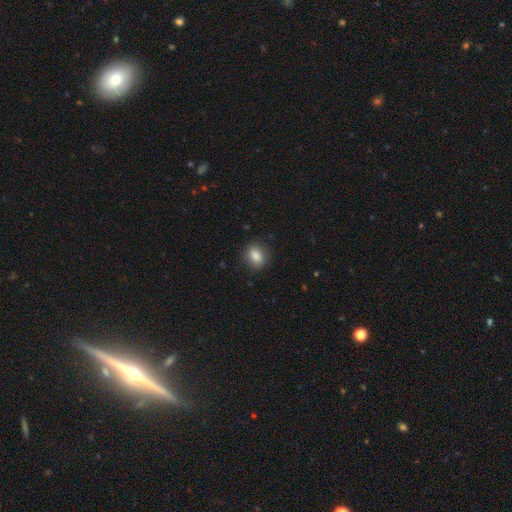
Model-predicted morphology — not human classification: smooth-or-featured: smooth: 86% | star or artifact: 9% | featured or disk: 6%
  how-rounded: in between: 60% | round: 38% | cigar-shaped: 2%
  merging: none: 85% | minor disturbance: 11% | major disturbance: 3% | merger: 1%